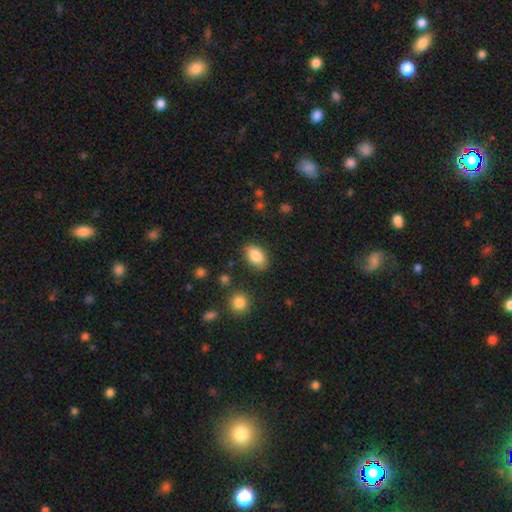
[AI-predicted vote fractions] Smooth or featured? smooth (86%)
How rounded? in between (90%)
Merging? none (82%)